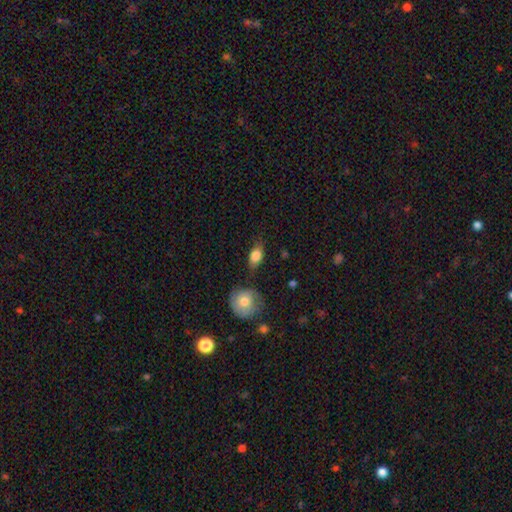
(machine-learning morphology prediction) type=smooth (79%); roundness=in between (80%); merging=none (69%).